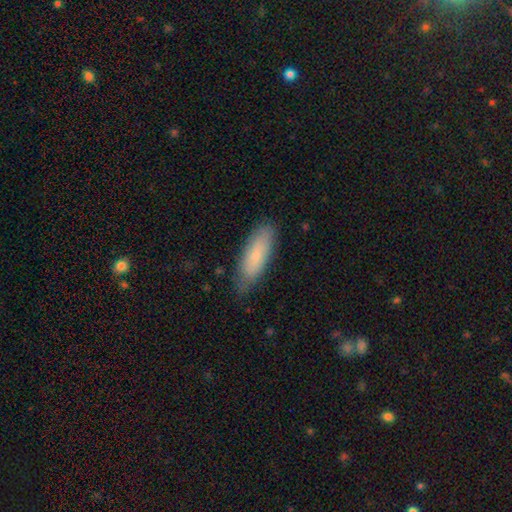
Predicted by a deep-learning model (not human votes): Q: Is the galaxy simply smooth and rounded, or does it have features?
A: smooth — 79%.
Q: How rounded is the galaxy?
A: in between — 56%.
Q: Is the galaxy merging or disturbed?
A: none — 77%.